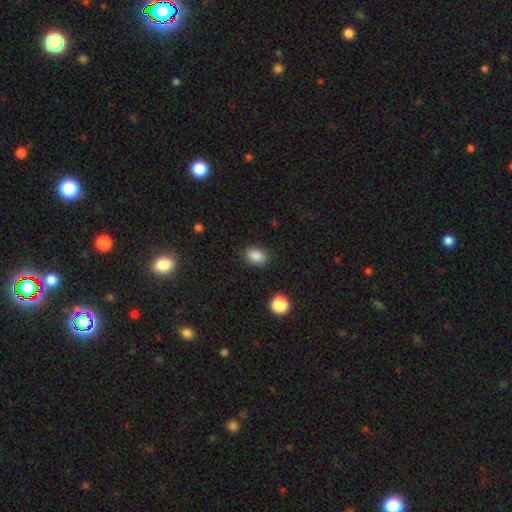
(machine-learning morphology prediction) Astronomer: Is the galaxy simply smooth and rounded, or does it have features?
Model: smooth — 87%.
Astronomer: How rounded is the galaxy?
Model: in between — 72%.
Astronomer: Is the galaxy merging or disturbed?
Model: none — 85%.